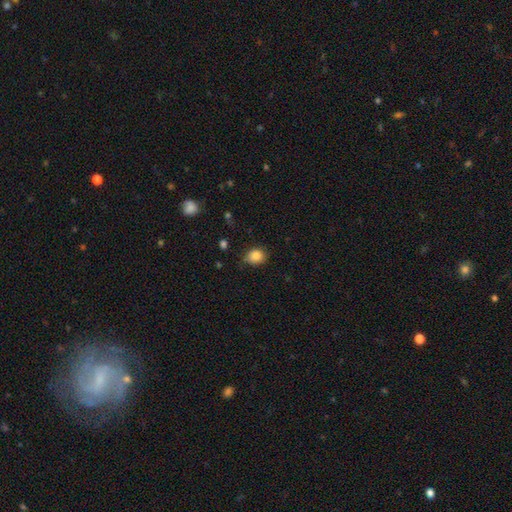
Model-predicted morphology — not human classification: This appears to be a smooth galaxy with no disk features (85%) that is round (63%). Merging: none (78%).